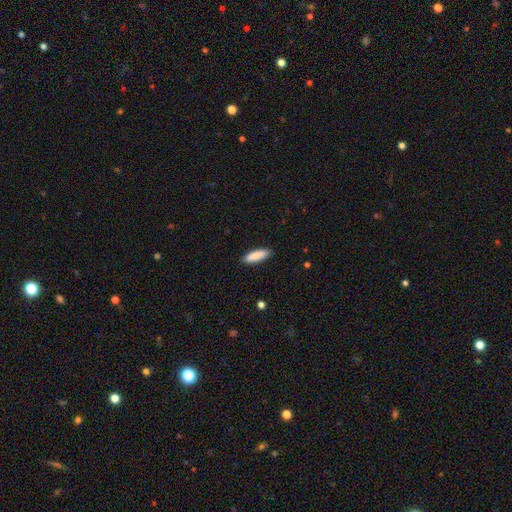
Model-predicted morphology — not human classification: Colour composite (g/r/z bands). It shows a smooth galaxy with no disk features (88%) that is in between round and cigar-shaped (52%). Merging: none (88%).